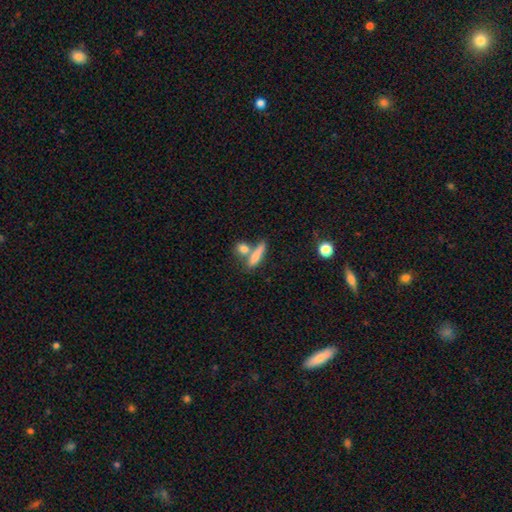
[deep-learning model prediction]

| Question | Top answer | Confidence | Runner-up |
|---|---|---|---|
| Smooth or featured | smooth | 77% | featured or disk (16%) |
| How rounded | cigar-shaped | 61% | in between (29%) |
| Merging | none | 50% | merger (33%) |